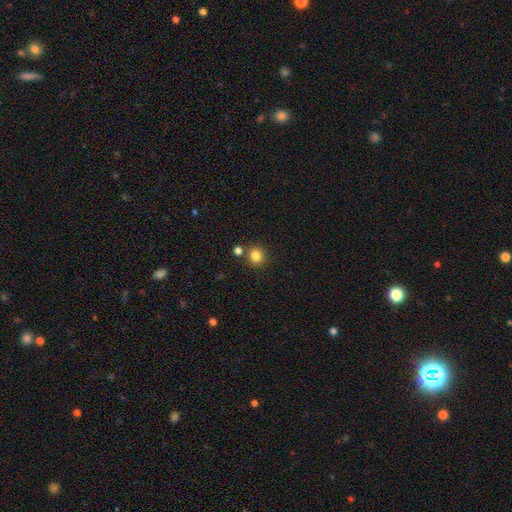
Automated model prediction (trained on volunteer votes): This is clearly a smooth galaxy (83%). How rounded: clearly round (85%). Merging: likely none (78%).